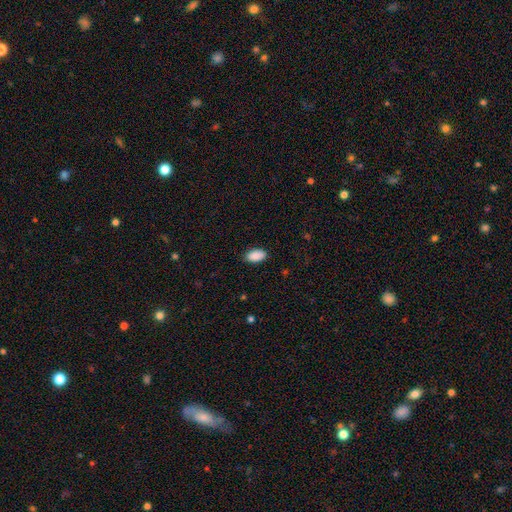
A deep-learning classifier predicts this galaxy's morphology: This is clearly a smooth galaxy (91%). How rounded: clearly in between (94%). Merging: clearly none (87%).